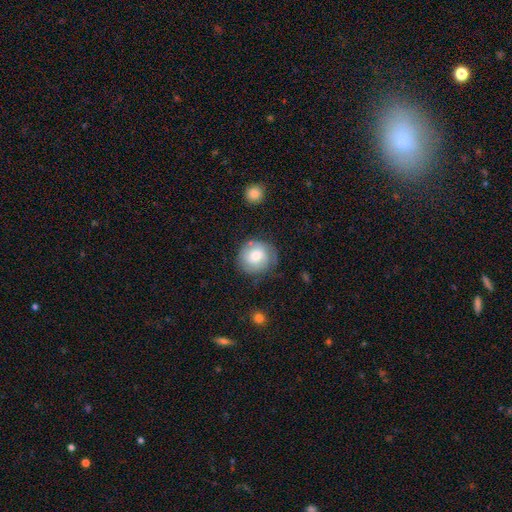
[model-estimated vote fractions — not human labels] Morphology: type=smooth (59%); roundness=round (87%); merging=none (68%).